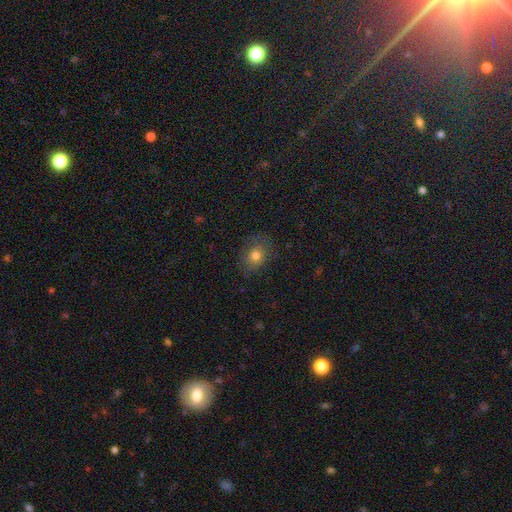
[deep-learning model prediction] Smooth or featured? Predicted: smooth (p=0.76). How rounded? Predicted: round (p=0.50). Merging? Predicted: none (p=0.79).